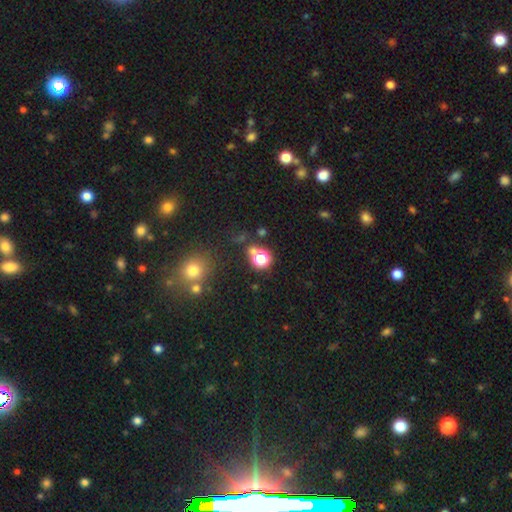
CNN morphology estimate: This is possibly a smooth galaxy (46%, tied with star or artifact). Merging: likely none (75%).